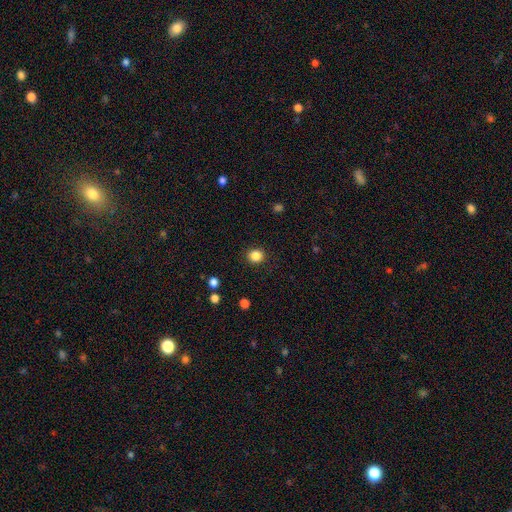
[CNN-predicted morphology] Q: Smooth or featured?
A: smooth (85%); runner-up: star or artifact (11%)
Q: How rounded?
A: round (87%); runner-up: in between (12%)
Q: Merging?
A: none (91%); runner-up: minor disturbance (6%)